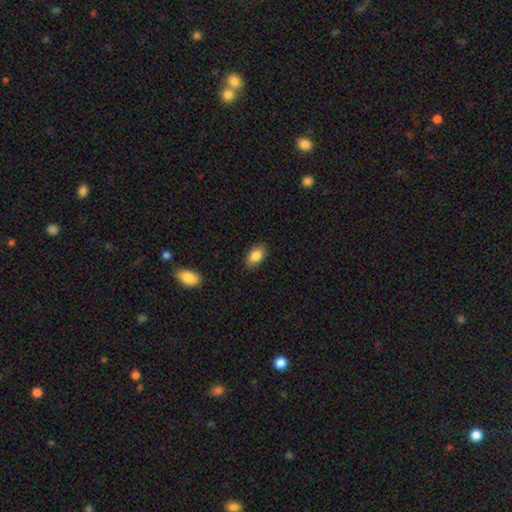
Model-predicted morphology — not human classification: type=smooth (85%); roundness=in between (89%); merging=none (85%).